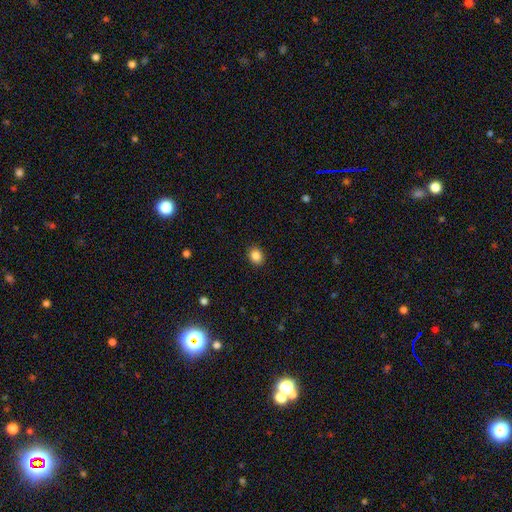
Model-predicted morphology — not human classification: This appears to be a smooth galaxy with no disk features (86%) that is round (58%). Merging: none (90%).